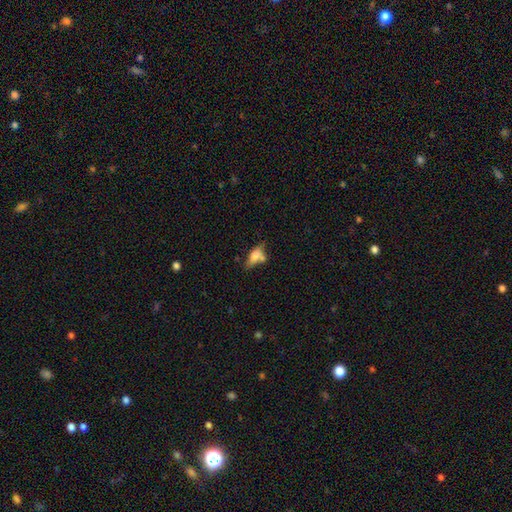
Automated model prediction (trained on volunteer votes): smooth_or_featured: smooth (p=0.65) [alt: featured or disk p=0.25]
how_rounded: in between (p=0.76) [alt: cigar-shaped p=0.19]
merging: none (p=0.38) [alt: merger p=0.30]